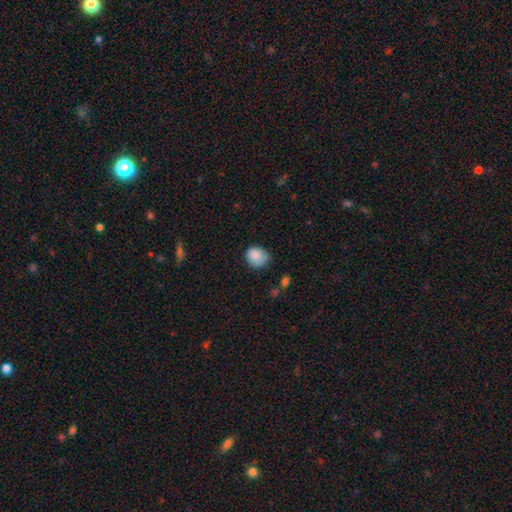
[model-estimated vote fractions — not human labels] Smooth or featured? Predicted: smooth (p=0.82). How rounded? Predicted: round (p=0.70). Merging? Predicted: none (p=0.58).